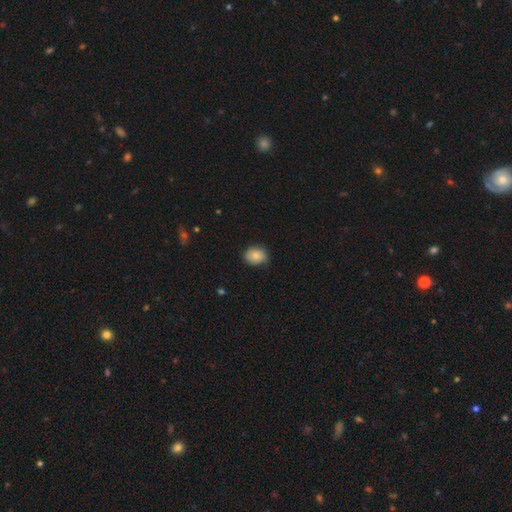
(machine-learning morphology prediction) A smooth galaxy with no disk features (81%) that is round (50%).

Vote fractions:
- Smooth or featured? smooth: 81% / featured or disk: 10% / star or artifact: 8%
- How rounded? round: 50% / in between: 49% / cigar-shaped: 1%
- Merging? none: 74% / minor disturbance: 22% / major disturbance: 4% / merger: 1%